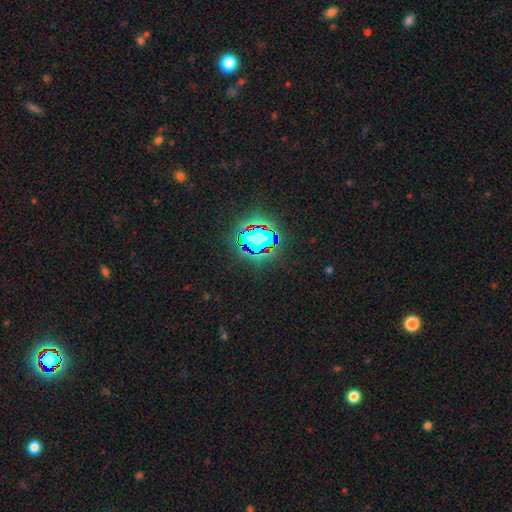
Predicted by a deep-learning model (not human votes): A star or artifact, not a galaxy (69%).

Vote fractions:
- Smooth or featured? star or artifact: 69% / smooth: 19% / featured or disk: 11%